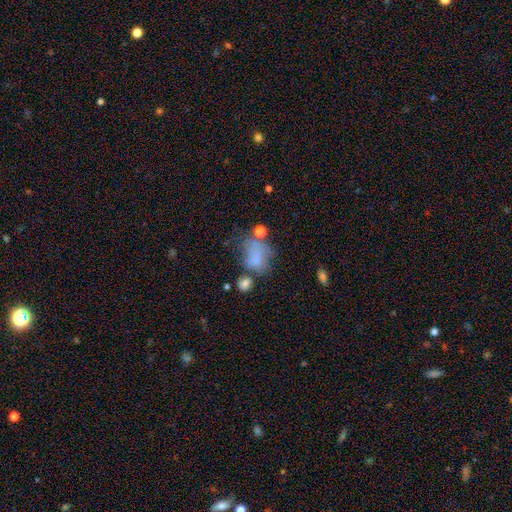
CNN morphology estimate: smooth 57%, featured or disk 26%, star or artifact 17%. Down the decision tree: how rounded — in between (62%); merging — major disturbance (29%, tied with none).